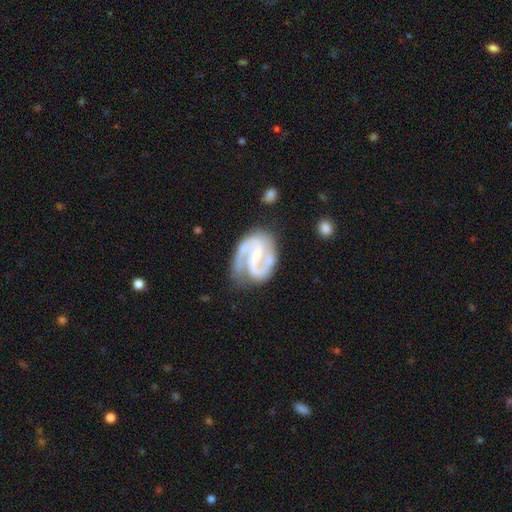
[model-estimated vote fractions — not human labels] smooth_or_featured: featured or disk (p=0.88) [alt: smooth p=0.08]
disk_edge_on: no (p=0.98) [alt: yes p=0.02]
bar: weak (p=0.42) [alt: strong p=0.33]
has_spiral_arms: yes (p=0.96) [alt: no p=0.04]
spiral_winding: medium (p=0.51) [alt: tight p=0.34]
spiral_arm_count: 2 (p=0.82) [alt: can't tell p=0.06]
bulge_size: small (p=0.43) [alt: none p=0.33]
merging: none (p=0.61) [alt: minor disturbance p=0.22]